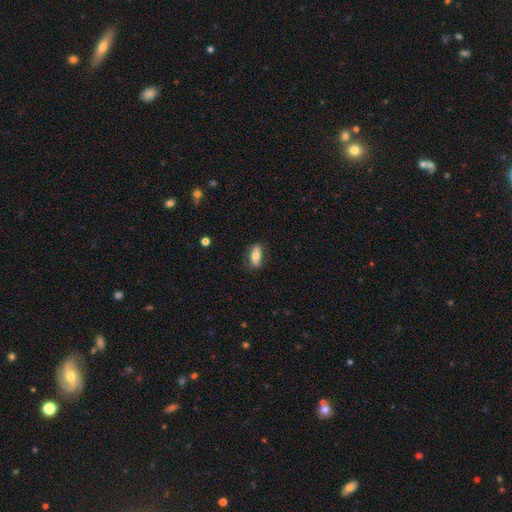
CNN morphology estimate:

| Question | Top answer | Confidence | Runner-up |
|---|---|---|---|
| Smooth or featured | smooth | 69% | featured or disk (24%) |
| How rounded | in between | 81% | cigar-shaped (14%) |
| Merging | none | 78% | minor disturbance (16%) |